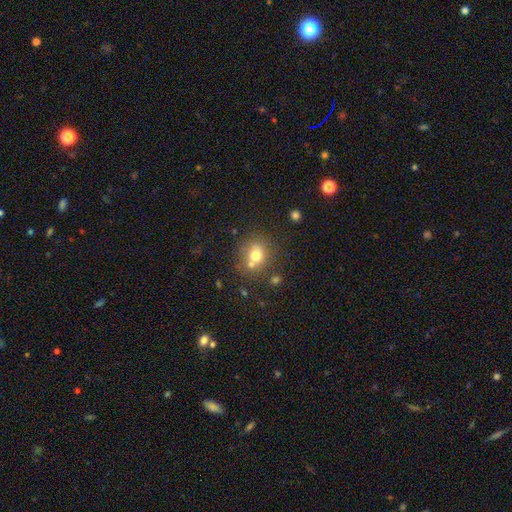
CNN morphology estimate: A smooth galaxy with no disk features (70%) that is round (73%). Merging: none (61%).